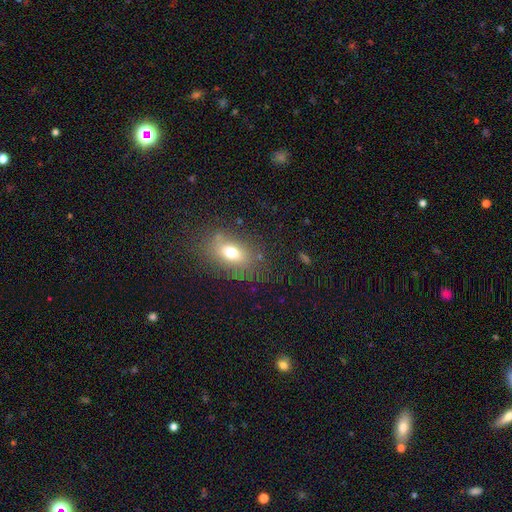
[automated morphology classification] Smooth or featured: smooth — 63% (star or artifact — 21%)
How rounded: in between — 76% (round — 20%)
Merging: none — 84% (minor disturbance — 11%)